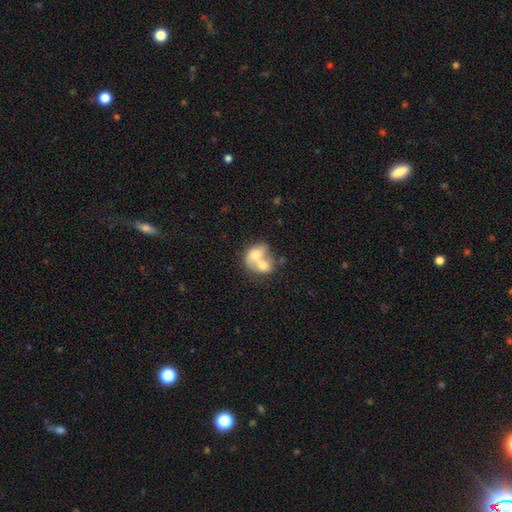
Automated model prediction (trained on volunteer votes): smooth_or_featured: smooth (p=0.63) [alt: featured or disk p=0.29]
how_rounded: in between (p=0.60) [alt: round p=0.39]
merging: merger (p=0.78) [alt: none p=0.11]